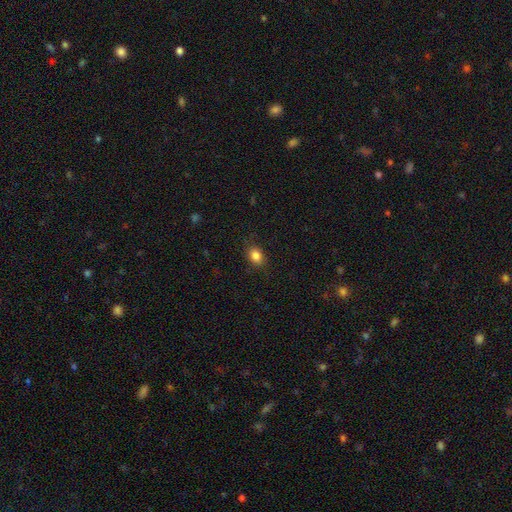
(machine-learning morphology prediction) Smooth or featured? smooth (85%)
How rounded? in between (69%)
Merging? none (84%)